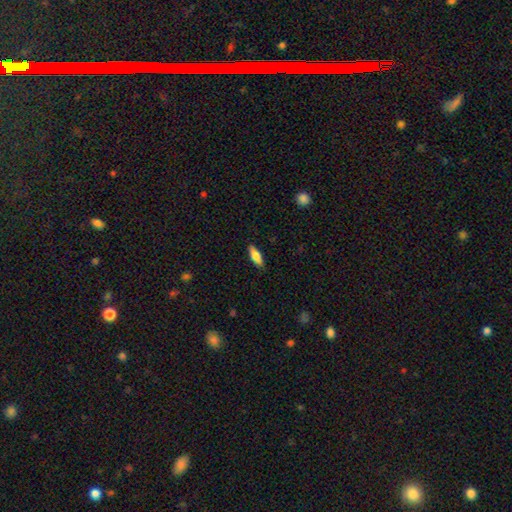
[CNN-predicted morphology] This is likely a smooth galaxy (75%). How rounded: likely in between (65%). Merging: clearly none (87%).